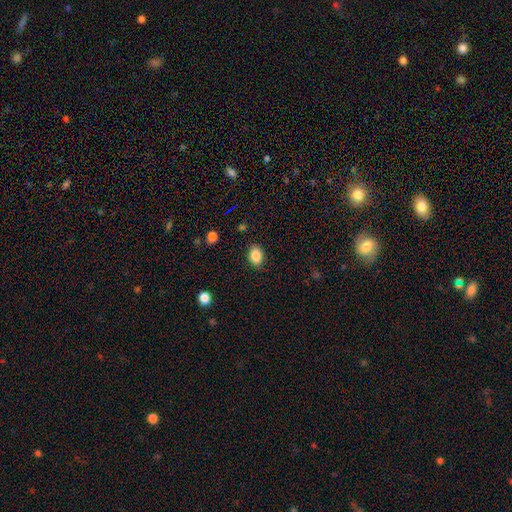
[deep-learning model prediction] This is clearly a smooth galaxy (86%). How rounded: clearly in between (81%). Merging: clearly none (86%).